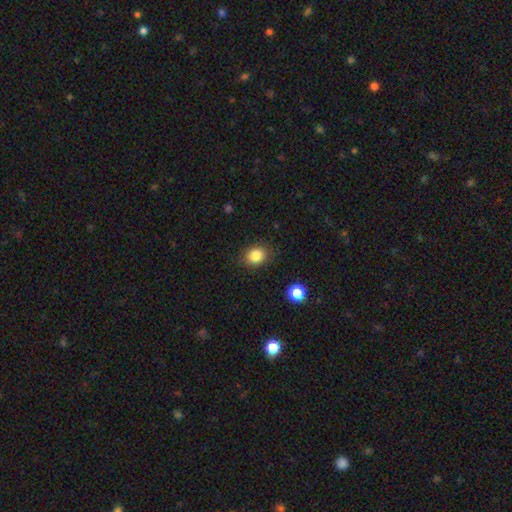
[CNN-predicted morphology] smooth 85%, star or artifact 10%, featured or disk 5%. Down the decision tree: how rounded — round (62%); merging — none (85%).